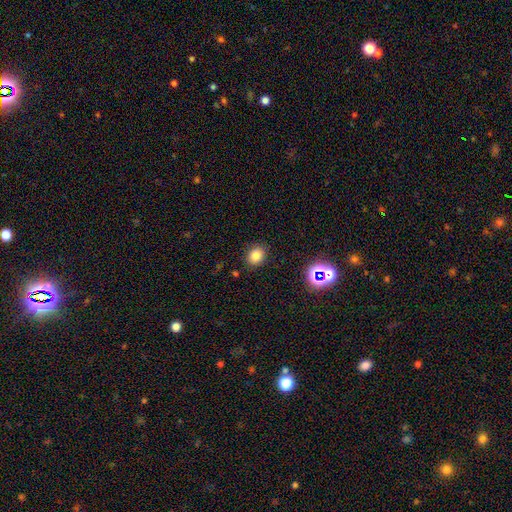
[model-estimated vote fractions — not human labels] Q: Smooth or featured?
A: smooth (80%); runner-up: star or artifact (14%)
Q: How rounded?
A: round (55%); runner-up: in between (44%)
Q: Merging?
A: none (87%); runner-up: minor disturbance (9%)